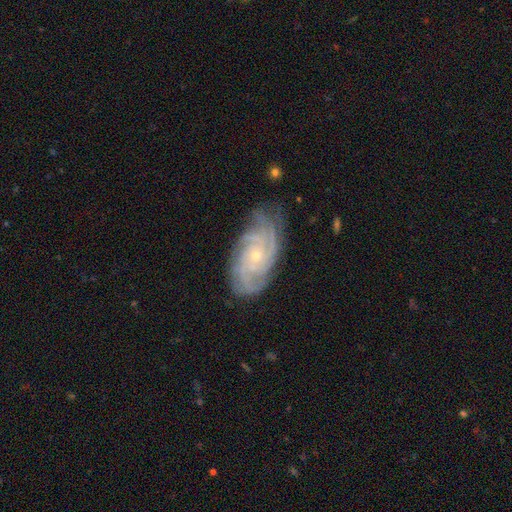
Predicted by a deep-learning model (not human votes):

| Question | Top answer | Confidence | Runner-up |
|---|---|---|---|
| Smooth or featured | featured or disk | 88% | smooth (6%) |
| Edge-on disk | no | 96% | yes (4%) |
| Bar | no | 76% | weak (20%) |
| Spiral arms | yes | 98% | no (2%) |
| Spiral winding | tight | 73% | medium (24%) |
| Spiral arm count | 4 | 32% | 3 (21%) |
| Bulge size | small | 77% | moderate (20%) |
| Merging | none | 75% | minor disturbance (19%) |